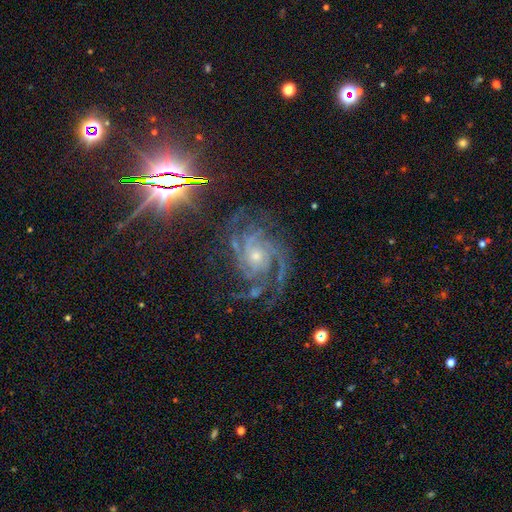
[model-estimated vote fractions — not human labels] A featured or disk galaxy (85%) with no bar (75%), 3 (31%) tight (54%) spiral arms (98%) and a small central bulge (61%).

Vote fractions:
- Smooth or featured? featured or disk: 85% / star or artifact: 11% / smooth: 4%
- Edge-on disk? no: 98% / yes: 2%
- Bar? no: 75% / weak: 19% / strong: 6%
- Spiral arms? yes: 98% / no: 2%
- Spiral winding? tight: 54% / medium: 39% / loose: 7%
- Spiral arm count? 3: 31% / 4: 18% / 2: 18% / can't tell: 16% / more than 4: 9% / 1: 8%
- Bulge size? small: 61% / moderate: 34% / large: 2% / none: 2% / dominant: 1%
- Merging? none: 67% / minor disturbance: 17% / major disturbance: 14% / merger: 2%